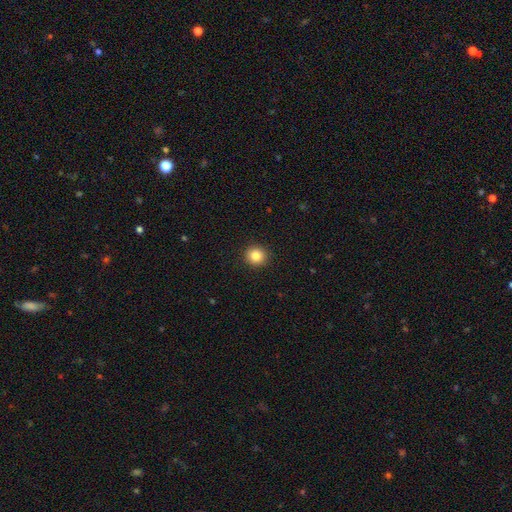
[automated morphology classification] Smooth or featured? smooth (85%)
How rounded? round (93%)
Merging? none (92%)